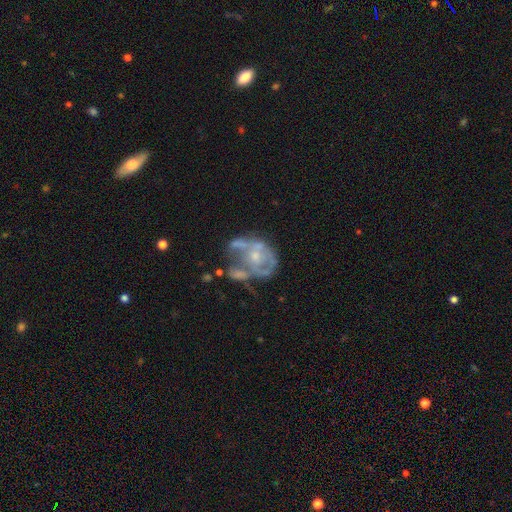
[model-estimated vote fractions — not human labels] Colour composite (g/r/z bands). It shows a featured or disk galaxy (70%) with no bar (81%), no spiral arms (66%) and a small central bulge (45%). Merging: major disturbance (31%).